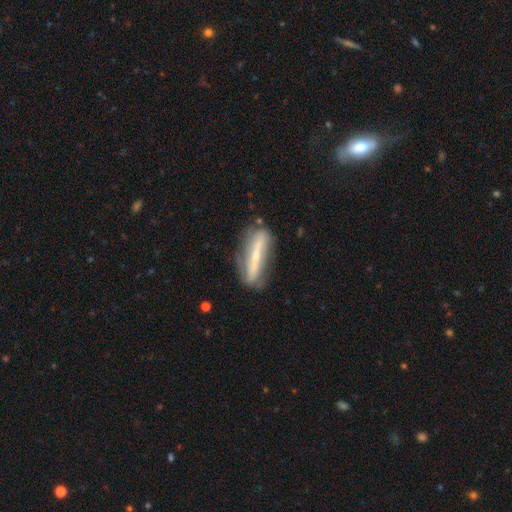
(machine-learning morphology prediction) The model was most divided on "edge-on disk": yes: 54%, no: 46%. More confident: merging — none (71%); smooth or featured — featured or disk (65%).